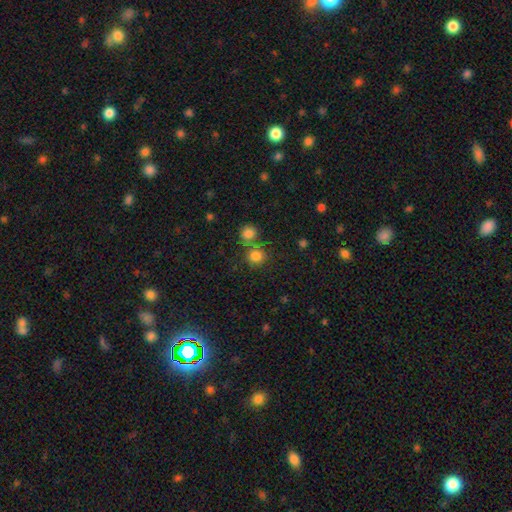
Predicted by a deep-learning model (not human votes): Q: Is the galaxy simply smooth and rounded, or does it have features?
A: smooth — 82%.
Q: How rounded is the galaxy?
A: round — 87%.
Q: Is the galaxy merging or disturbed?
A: none — 60%.